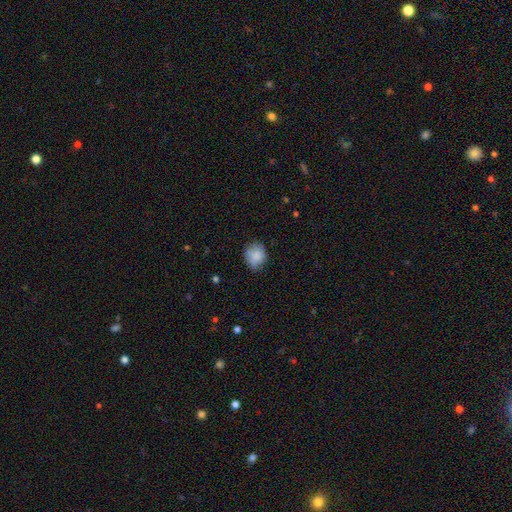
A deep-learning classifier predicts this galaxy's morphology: type=smooth (83%); roundness=round (65%); merging=none (68%).